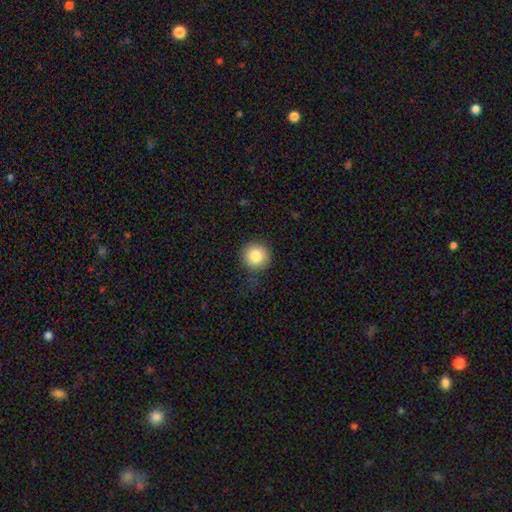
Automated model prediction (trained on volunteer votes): Smooth or featured?
  - smooth: 84% *
  - star or artifact: 9%
  - featured or disk: 7%
How rounded?
  - round: 94% *
  - in between: 5%
  - cigar-shaped: 1%
Merging?
  - none: 84% *
  - minor disturbance: 11%
  - major disturbance: 4%
  - merger: 1%